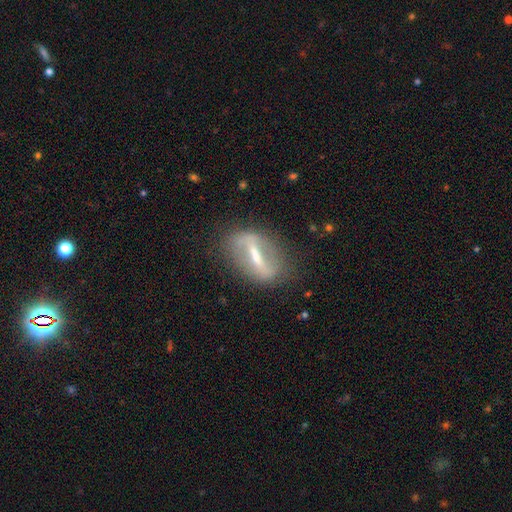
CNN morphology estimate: Smooth or featured?
  - featured or disk: 73% *
  - smooth: 19%
  - star or artifact: 8%
Edge-on disk?
  - no: 79% *
  - yes: 21%
Bar?
  - strong: 75% *
  - weak: 19%
  - no: 6%
Spiral arms?
  - no: 56% *
  - yes: 44%
Bulge size?
  - moderate: 45% *
  - small: 35%
  - none: 12%
  - large: 7%
  - dominant: 2%
Merging?
  - none: 74% *
  - minor disturbance: 16%
  - major disturbance: 8%
  - merger: 2%